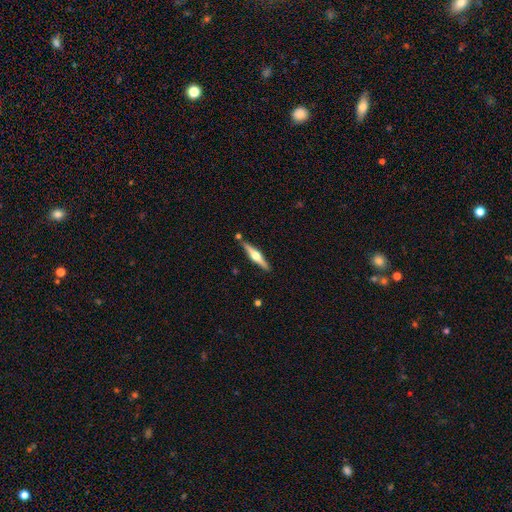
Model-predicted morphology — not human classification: smooth_or_featured: featured or disk (p=0.73) [alt: smooth p=0.22]
disk_edge_on: yes (p=0.98) [alt: no p=0.02]
edge_on_bulge: rounded (p=0.95) [alt: boxy p=0.03]
merging: none (p=0.86) [alt: minor disturbance p=0.08]